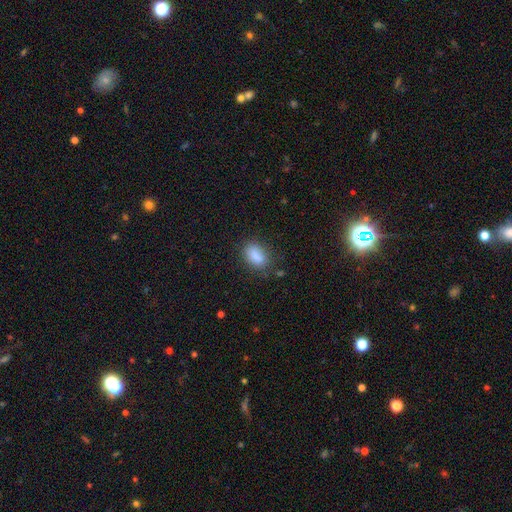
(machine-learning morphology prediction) Smooth or featured?
  - smooth: 86% *
  - star or artifact: 8%
  - featured or disk: 6%
How rounded?
  - in between: 87% *
  - round: 10%
  - cigar-shaped: 3%
Merging?
  - none: 75% *
  - minor disturbance: 17%
  - major disturbance: 5%
  - merger: 3%